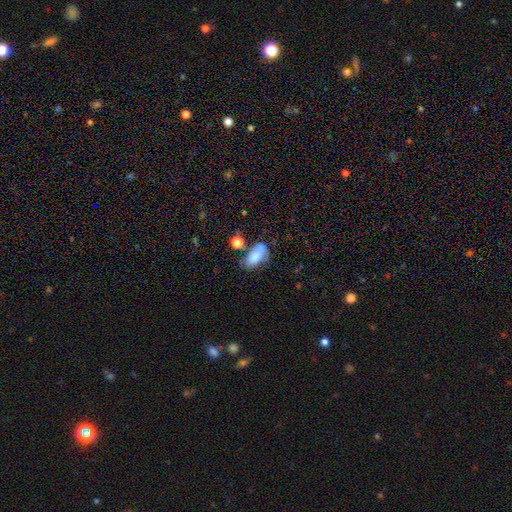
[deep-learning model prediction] Morphology: type=smooth (63%); roundness=in between (89%); merging=none (32%).